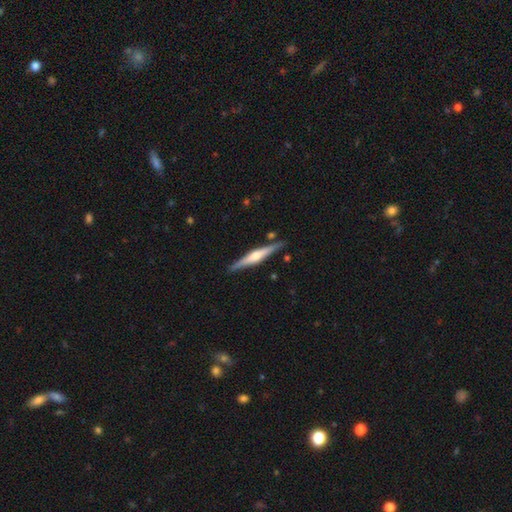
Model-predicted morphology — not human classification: A featured or disk galaxy (71%) viewed edge-on (98%) with a rounded central bulge (85%). Merging: none (86%).